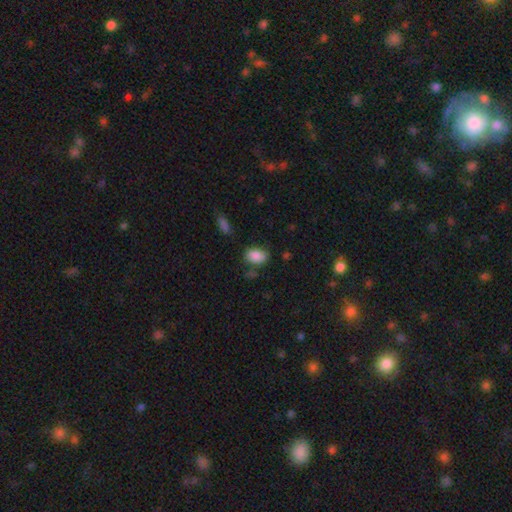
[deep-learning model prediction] Smooth or featured?
  - smooth: 86% *
  - star or artifact: 8%
  - featured or disk: 6%
How rounded?
  - in between: 84% *
  - round: 14%
  - cigar-shaped: 2%
Merging?
  - none: 68% *
  - minor disturbance: 22%
  - major disturbance: 6%
  - merger: 5%